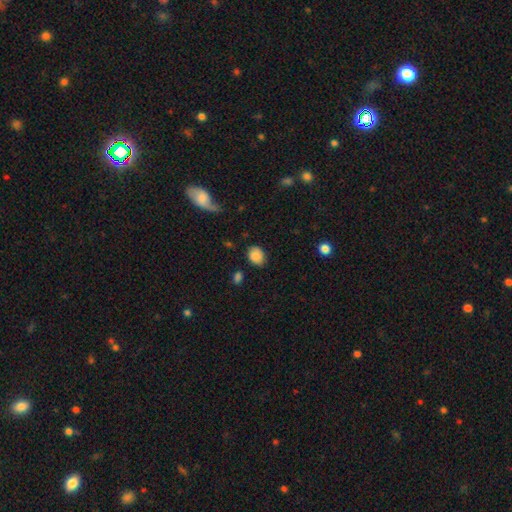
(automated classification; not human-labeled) Smooth or featured? smooth (84%)
How rounded? in between (53%)
Merging? none (74%)